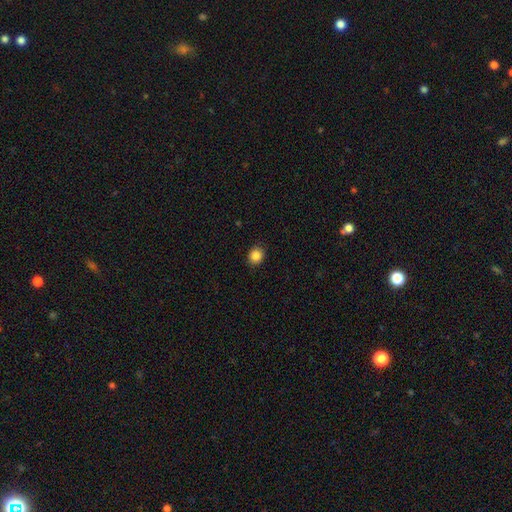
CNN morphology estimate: Smooth or featured: smooth — 86% (star or artifact — 10%)
How rounded: round — 76% (in between — 23%)
Merging: none — 89% (minor disturbance — 8%)